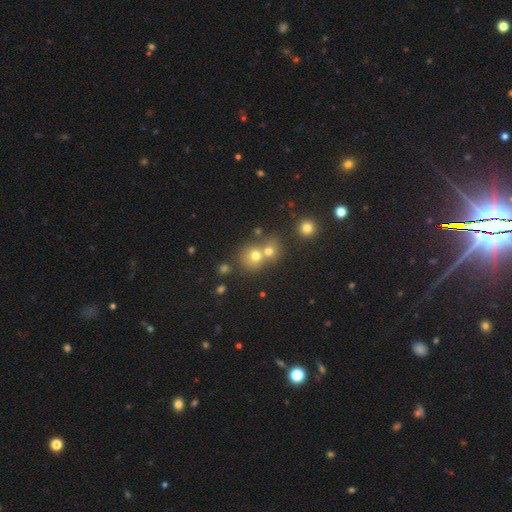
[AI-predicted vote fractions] A smooth galaxy with no disk features (69%) that is round (80%).

Vote fractions:
- Smooth or featured? smooth: 69% / star or artifact: 17% / featured or disk: 14%
- How rounded? round: 80% / in between: 19% / cigar-shaped: 1%
- Merging? merger: 49% / none: 41% / minor disturbance: 7% / major disturbance: 3%